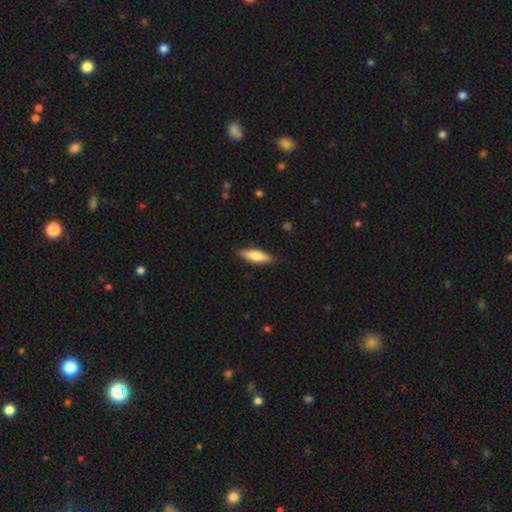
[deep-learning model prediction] smooth-or-featured: smooth: 70% | featured or disk: 24% | star or artifact: 6%
  how-rounded: cigar-shaped: 52% | in between: 46% | round: 2%
  merging: none: 88% | minor disturbance: 9% | major disturbance: 2% | merger: 1%